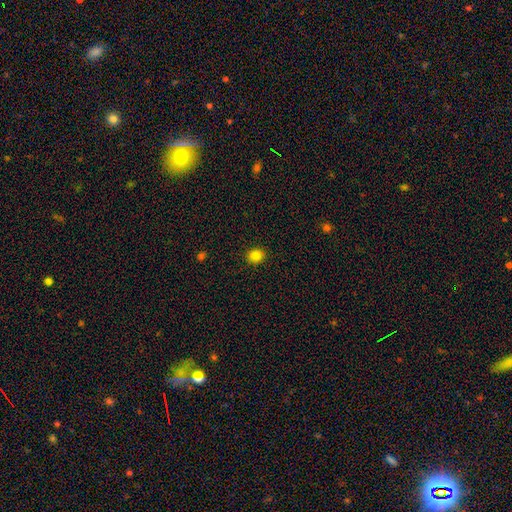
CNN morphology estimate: A smooth galaxy with no disk features (84%) that is round (77%). Merging: none (91%).